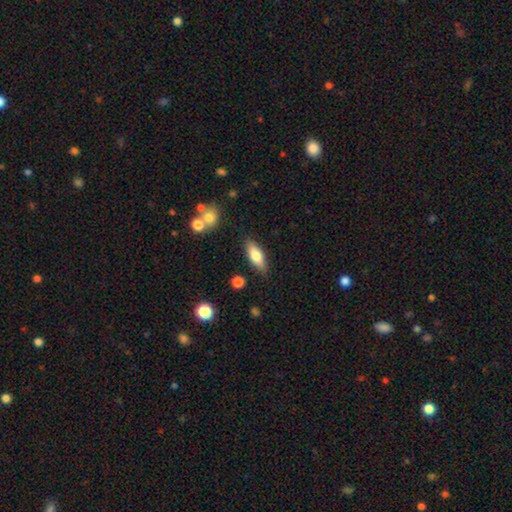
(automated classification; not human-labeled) The model was most divided on "how rounded": in between: 62%, cigar-shaped: 36%, round: 3%. More confident: merging — none (84%); smooth or featured — smooth (70%).